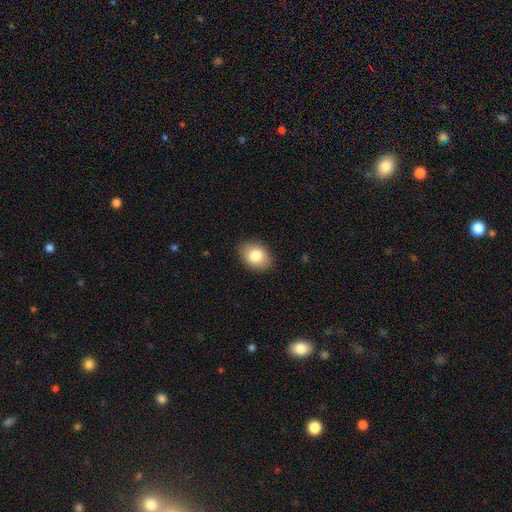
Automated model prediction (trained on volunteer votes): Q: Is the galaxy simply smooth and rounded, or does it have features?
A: smooth — 83%.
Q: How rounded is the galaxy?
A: in between — 72%.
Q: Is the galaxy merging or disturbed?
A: none — 87%.